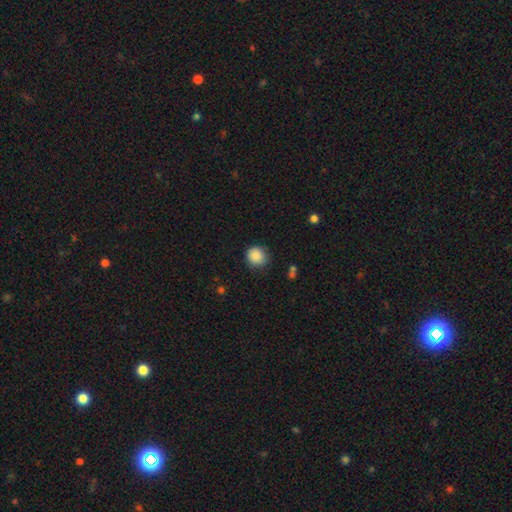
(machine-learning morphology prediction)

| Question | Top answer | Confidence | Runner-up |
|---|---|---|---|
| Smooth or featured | smooth | 88% | star or artifact (9%) |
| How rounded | round | 90% | in between (9%) |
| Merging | none | 82% | minor disturbance (13%) |